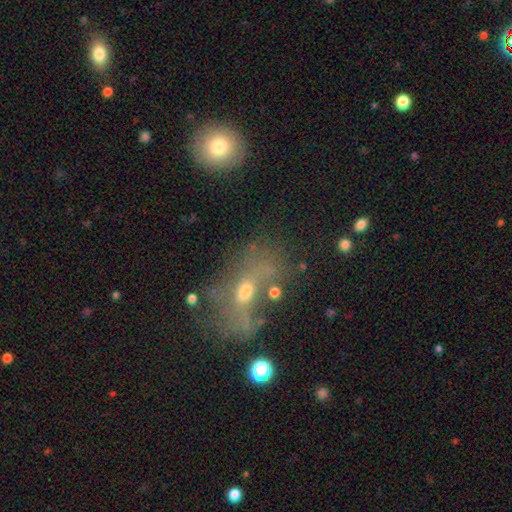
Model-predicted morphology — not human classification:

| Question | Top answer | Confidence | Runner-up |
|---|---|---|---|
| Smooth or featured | featured or disk | 45% | smooth (33%) |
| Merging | none | 43% | major disturbance (26%) |